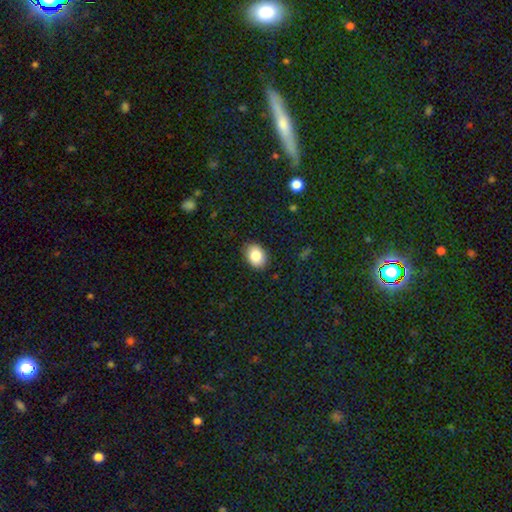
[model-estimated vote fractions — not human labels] Smooth or featured? Predicted: smooth (p=0.84). How rounded? Predicted: in between (p=0.69). Merging? Predicted: none (p=0.88).